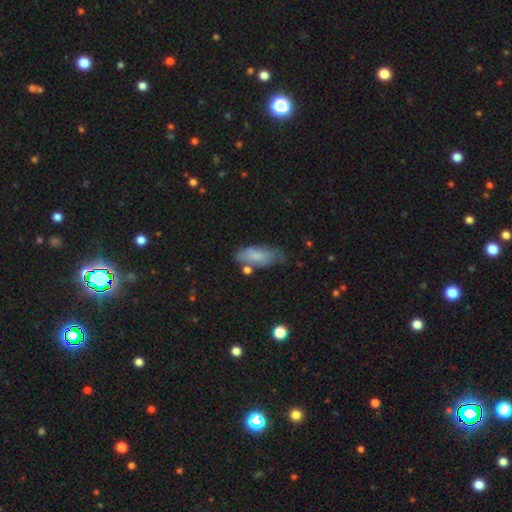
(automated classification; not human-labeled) This appears to be a smooth galaxy with no disk features (74%) that is in between round and cigar-shaped (76%). Merging: none (55%).